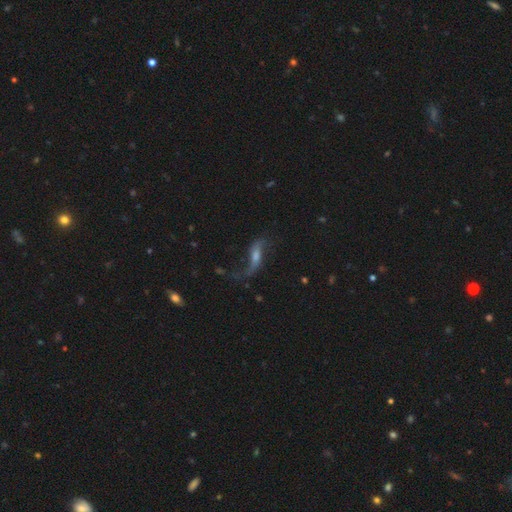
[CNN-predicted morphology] Smooth or featured? Predicted: featured or disk (p=0.73). Edge-on disk? Predicted: no (p=0.81). Bar? Predicted: weak (p=0.41). Spiral arms? Predicted: yes (p=0.91). Spiral winding? Predicted: loose (p=0.90). Spiral arm count? Predicted: 2 (p=0.86). Bulge size? Predicted: moderate (p=0.39). Merging? Predicted: none (p=0.58).